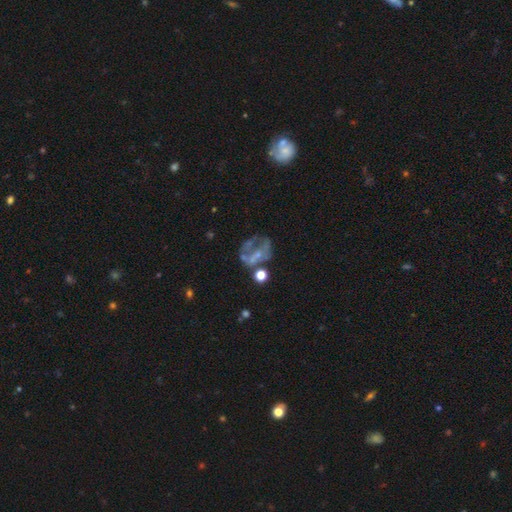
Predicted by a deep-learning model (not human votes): Smooth or featured? Predicted: featured or disk (p=0.56). Edge-on disk? Predicted: no (p=0.97). Bar? Predicted: no (p=0.72). Spiral arms? Predicted: no (p=0.77). Bulge size? Predicted: small (p=0.46). Merging? Predicted: none (p=0.35).